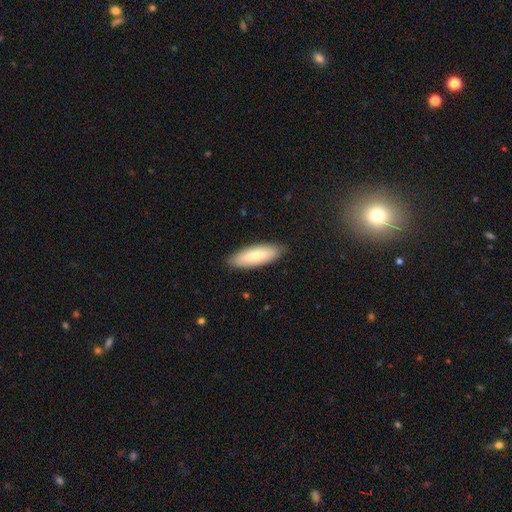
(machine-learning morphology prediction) Smooth or featured? Predicted: smooth (p=0.67). How rounded? Predicted: in between (p=0.65). Merging? Predicted: none (p=0.87).